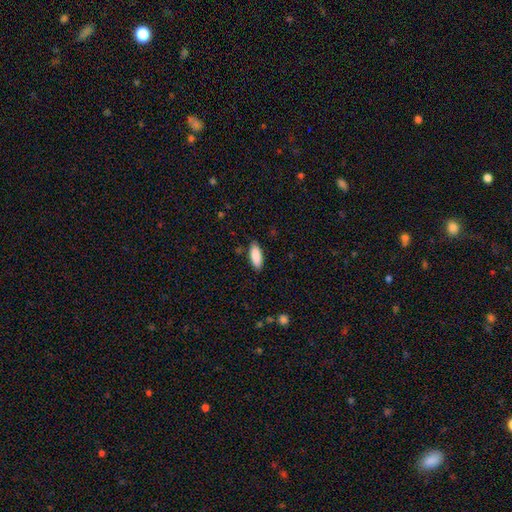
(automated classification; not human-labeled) Smooth or featured? smooth (89%)
How rounded? in between (77%)
Merging? none (85%)